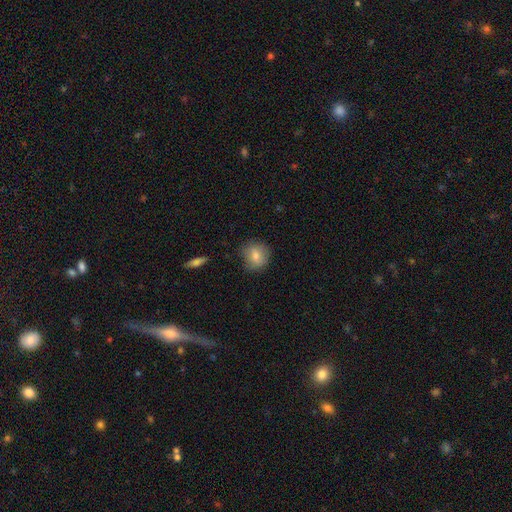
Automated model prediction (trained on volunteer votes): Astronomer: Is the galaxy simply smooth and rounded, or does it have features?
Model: smooth — 79%.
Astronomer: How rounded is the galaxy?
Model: round — 79%.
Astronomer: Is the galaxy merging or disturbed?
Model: none — 81%.